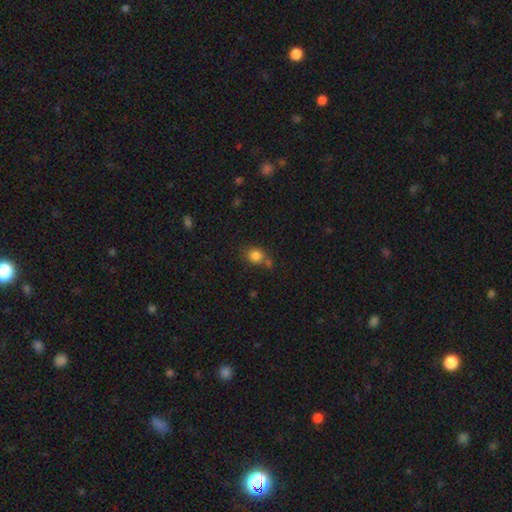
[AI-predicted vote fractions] Overall: smooth (83%). How rounded: round (67%; in between 32%). Merging: none (59%).